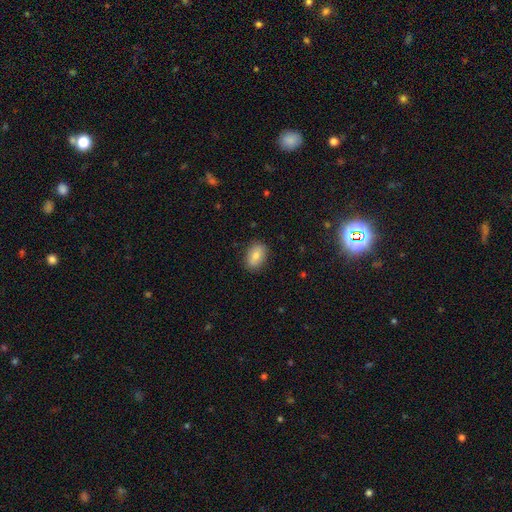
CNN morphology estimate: This appears to be a smooth galaxy with no disk features (80%) that is in between round and cigar-shaped (85%). Merging: none (86%).